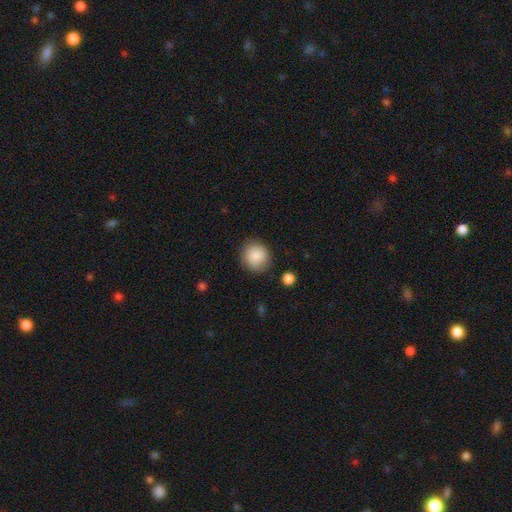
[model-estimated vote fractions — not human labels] Smooth or featured?
  - smooth: 87% *
  - star or artifact: 8%
  - featured or disk: 6%
How rounded?
  - round: 84% *
  - in between: 15%
  - cigar-shaped: 1%
Merging?
  - none: 84% *
  - minor disturbance: 11%
  - major disturbance: 3%
  - merger: 2%